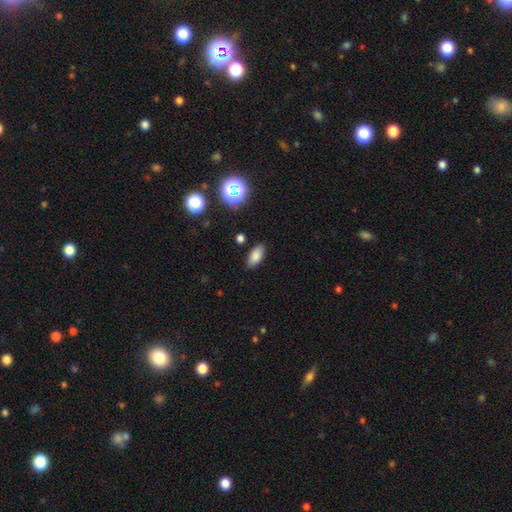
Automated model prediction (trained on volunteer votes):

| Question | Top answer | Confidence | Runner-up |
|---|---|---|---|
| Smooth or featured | smooth | 82% | star or artifact (11%) |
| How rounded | in between | 89% | cigar-shaped (7%) |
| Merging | none | 86% | minor disturbance (10%) |